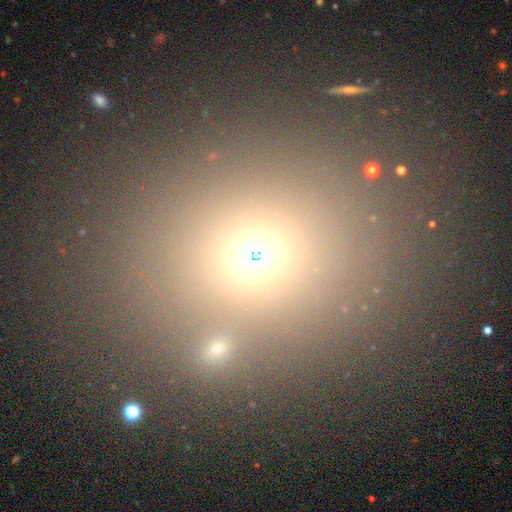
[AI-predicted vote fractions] Smooth or featured? smooth (62%)
How rounded? round (69%)
Merging? none (69%)